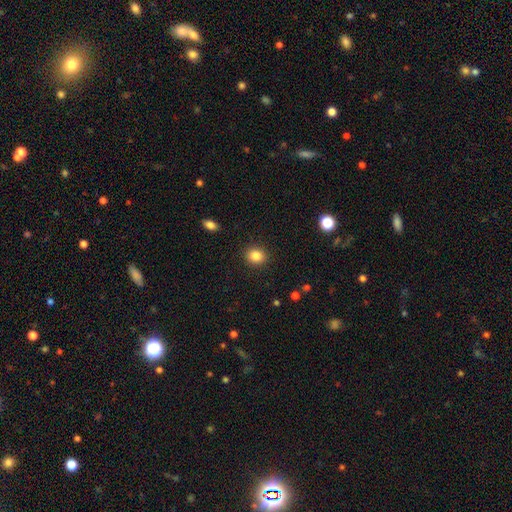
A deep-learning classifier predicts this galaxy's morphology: Smooth or featured? smooth (86%)
How rounded? round (70%)
Merging? none (90%)